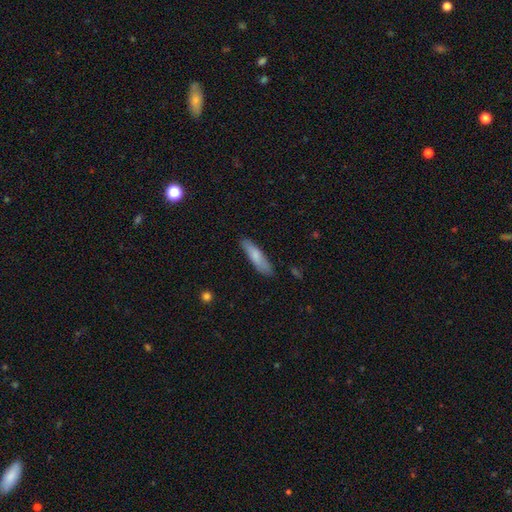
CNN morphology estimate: A smooth galaxy with no disk features (77%) that is cigar-shaped (71%).

Vote fractions:
- Smooth or featured? smooth: 77% / featured or disk: 17% / star or artifact: 6%
- How rounded? cigar-shaped: 71% / in between: 27% / round: 2%
- Merging? none: 83% / minor disturbance: 14% / major disturbance: 2% / merger: 1%